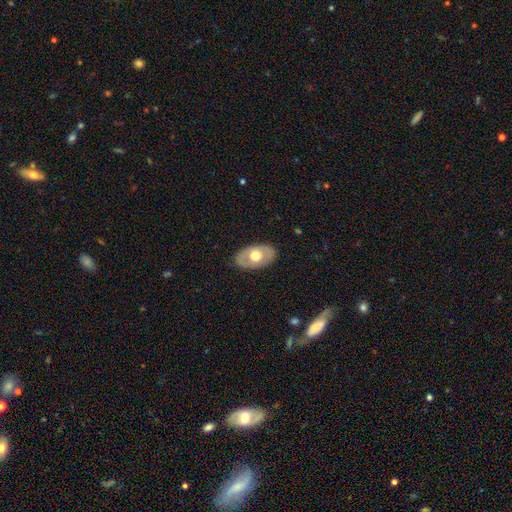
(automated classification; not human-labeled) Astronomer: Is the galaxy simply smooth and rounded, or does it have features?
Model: smooth — 50% (runner-up: featured or disk, 44%).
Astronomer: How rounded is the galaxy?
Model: in between — 88%.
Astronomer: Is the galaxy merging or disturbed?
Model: none — 84%.